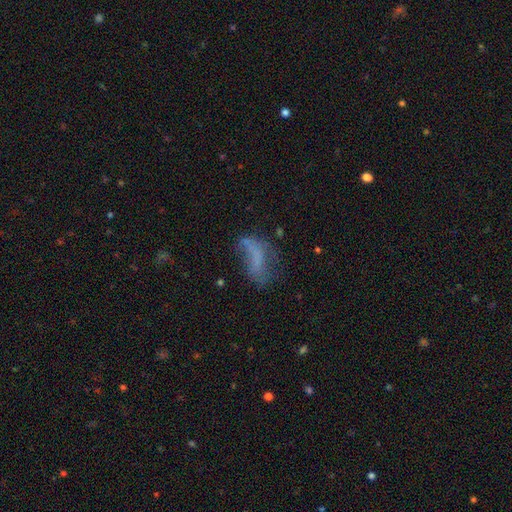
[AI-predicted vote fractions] smooth_or_featured: smooth (p=0.44) [alt: featured or disk p=0.40]
merging: major disturbance (p=0.38) [alt: none p=0.32]